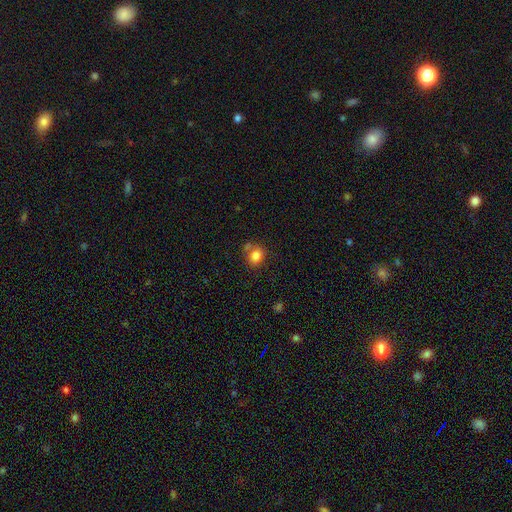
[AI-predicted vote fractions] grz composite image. It shows a smooth galaxy with no disk features (81%) that is round (58%). Merging: none (59%).